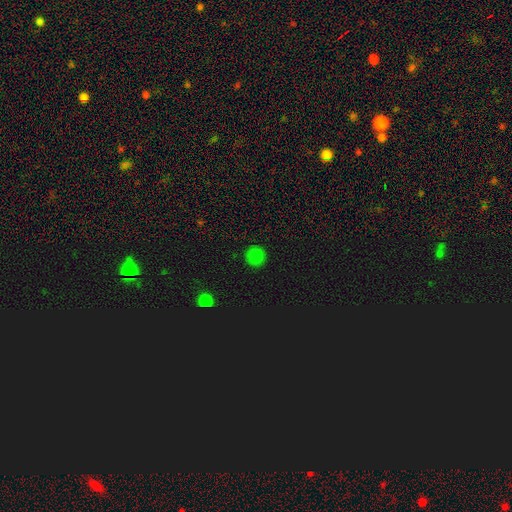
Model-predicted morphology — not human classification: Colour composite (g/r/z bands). It shows a smooth galaxy with no disk features (79%) that is round (93%). Merging: none (90%).